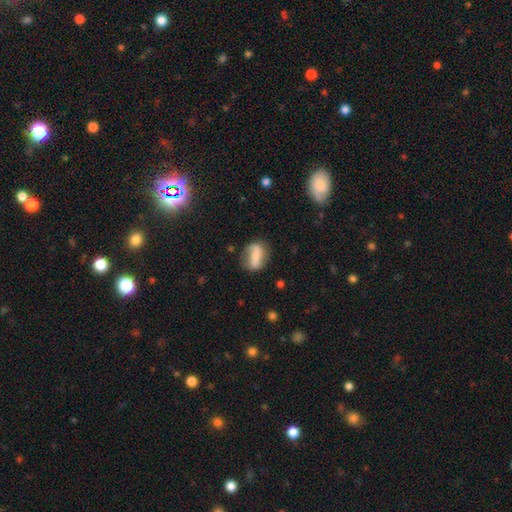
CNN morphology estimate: This appears to be a smooth galaxy with no disk features (49%). Merging: none (64%).